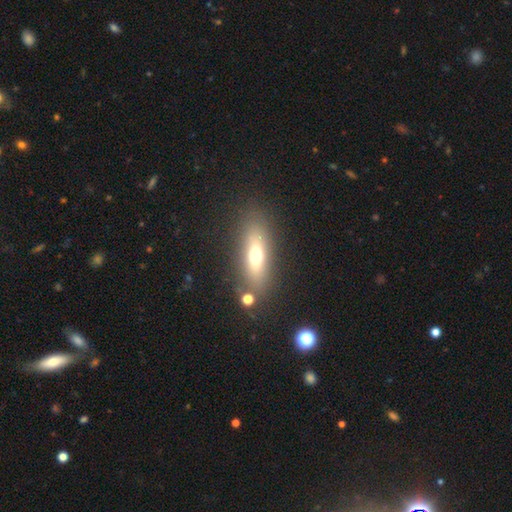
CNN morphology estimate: type=smooth (59%); roundness=in between (60%); merging=none (76%).